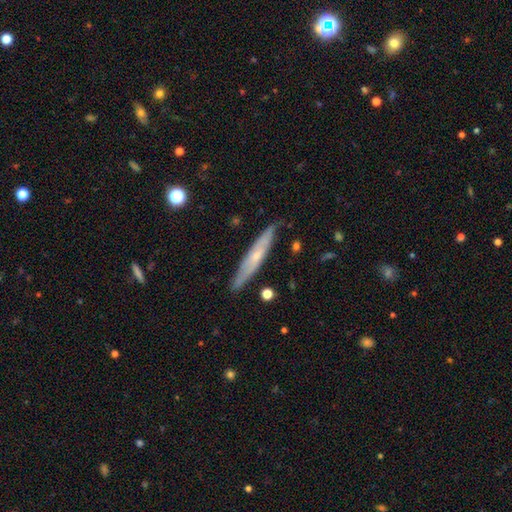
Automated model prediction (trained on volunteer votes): smooth_or_featured: featured or disk (p=0.54) [alt: smooth p=0.40]
disk_edge_on: yes (p=0.79) [alt: no p=0.21]
merging: none (p=0.82) [alt: minor disturbance p=0.14]